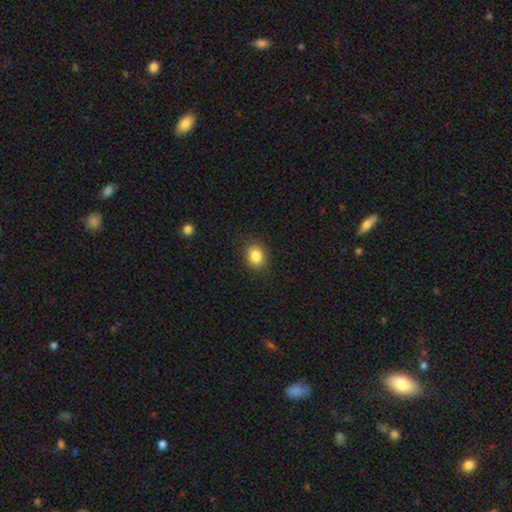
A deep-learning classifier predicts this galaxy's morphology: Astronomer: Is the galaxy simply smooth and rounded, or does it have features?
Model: smooth — 85%.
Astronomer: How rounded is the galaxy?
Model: round — 51% (runner-up: in between, 48%).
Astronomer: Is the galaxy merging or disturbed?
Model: none — 87%.